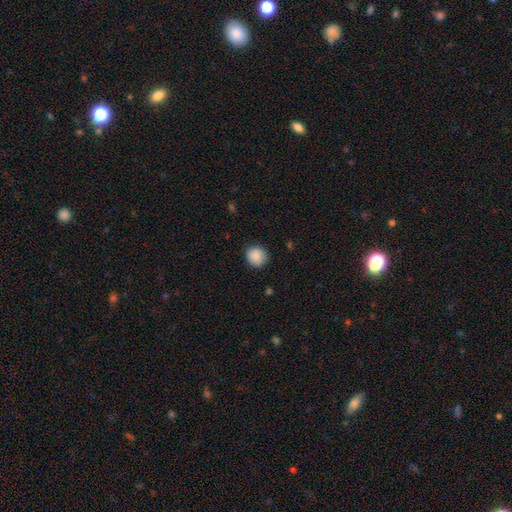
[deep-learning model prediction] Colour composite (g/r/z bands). It shows a smooth galaxy with no disk features (88%) that is round (84%). Merging: none (83%).